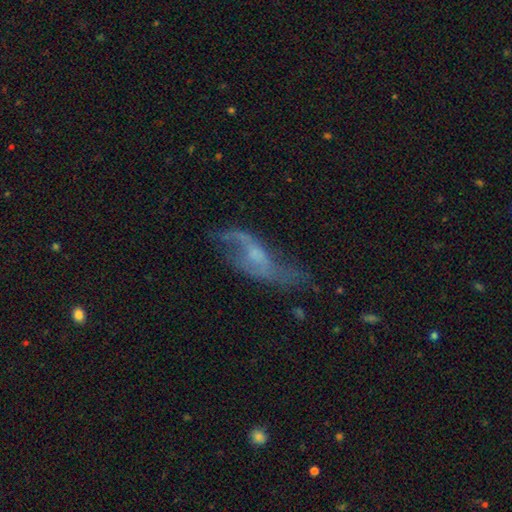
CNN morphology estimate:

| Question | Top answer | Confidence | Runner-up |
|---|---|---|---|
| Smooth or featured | featured or disk | 68% | smooth (22%) |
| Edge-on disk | no | 85% | yes (15%) |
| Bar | no | 58% | weak (34%) |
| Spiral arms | yes | 73% | no (27%) |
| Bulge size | small | 46% | moderate (28%) |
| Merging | none | 43% | major disturbance (28%) |